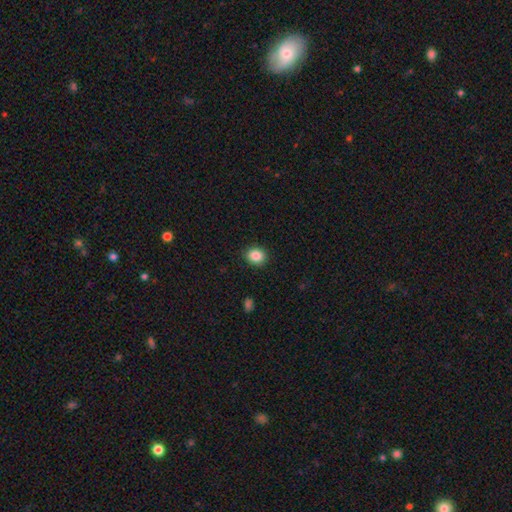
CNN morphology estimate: A smooth galaxy with no disk features (87%) that is round (69%).

Vote fractions:
- Smooth or featured? smooth: 87% / star or artifact: 9% / featured or disk: 4%
- How rounded? round: 69% / in between: 30% / cigar-shaped: 1%
- Merging? none: 91% / minor disturbance: 6% / major disturbance: 2% / merger: 1%